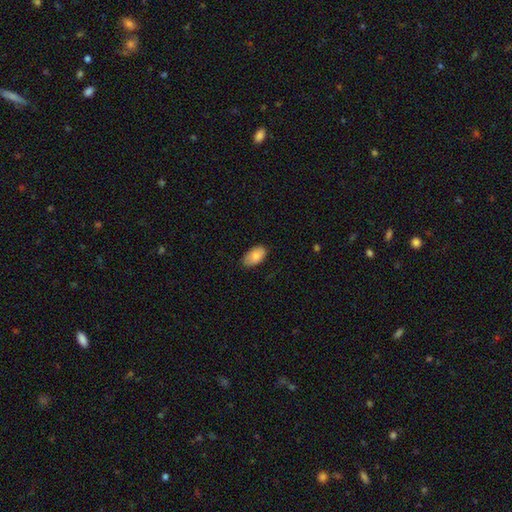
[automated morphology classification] type=smooth (82%); roundness=in between (94%); merging=none (80%).